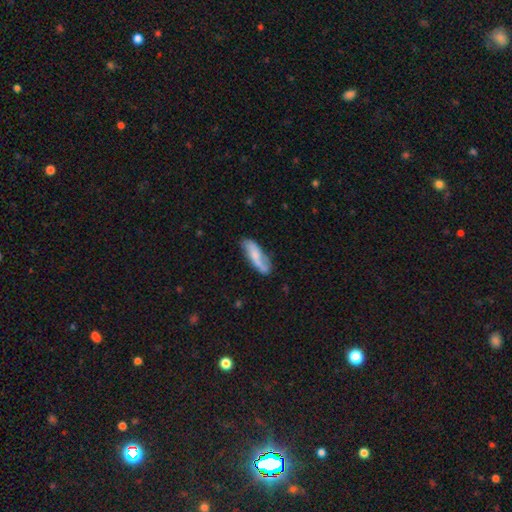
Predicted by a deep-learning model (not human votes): Morphology: type=smooth (50%); roundness=in between (55%); merging=none (61%).